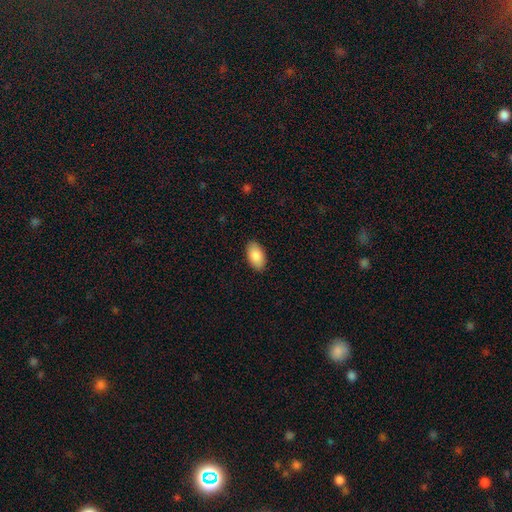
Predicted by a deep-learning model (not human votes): A smooth galaxy with no disk features (89%) that is in between round and cigar-shaped (95%).

Vote fractions:
- Smooth or featured? smooth: 89% / star or artifact: 6% / featured or disk: 5%
- How rounded? in between: 95% / round: 3% / cigar-shaped: 2%
- Merging? none: 89% / minor disturbance: 8% / major disturbance: 2% / merger: 1%